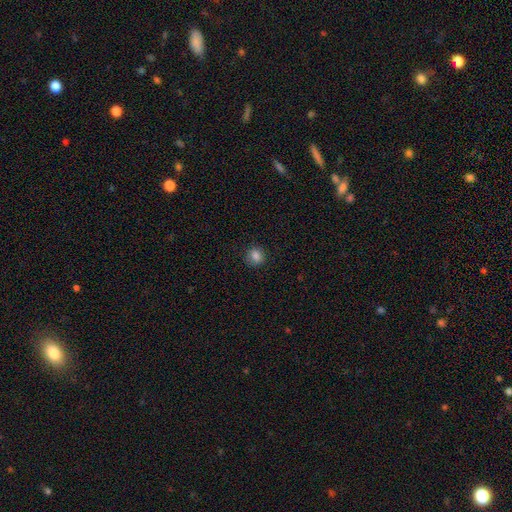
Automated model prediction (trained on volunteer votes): This appears to be a smooth galaxy with no disk features (84%) that is round (75%). Merging: none (86%).